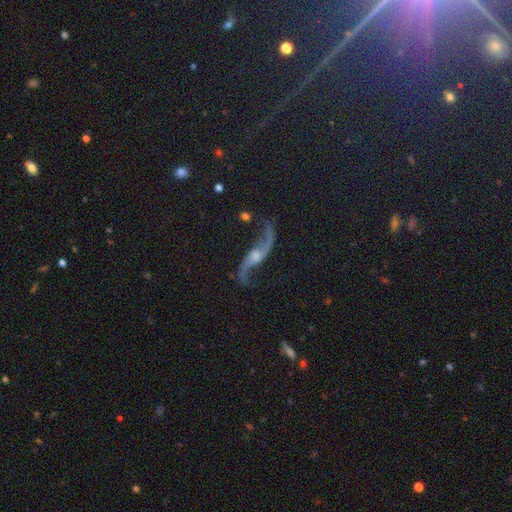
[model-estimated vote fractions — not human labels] This is clearly a featured or disk galaxy (86%). It is clearly not viewed edge-on (88%). Bar: possibly no (59%). Spiral arm pattern: clearly yes (97%). Spiral arm count: clearly 2 (94%). Spiral winding: clearly loose (91%). Central bulge: possibly moderate (47%). Merging: likely none (74%).